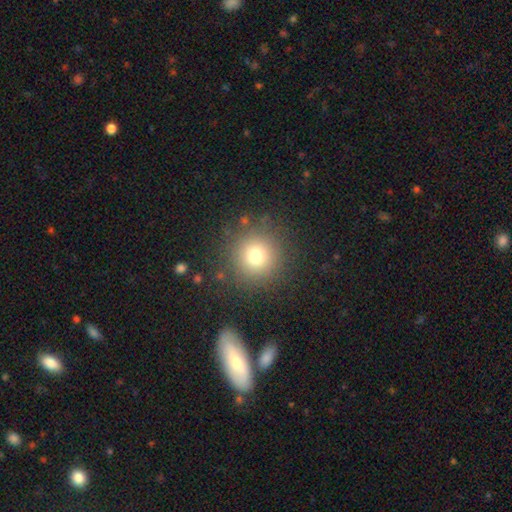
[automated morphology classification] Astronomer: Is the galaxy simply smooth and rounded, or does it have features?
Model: smooth — 75%.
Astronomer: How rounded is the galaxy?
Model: round — 95%.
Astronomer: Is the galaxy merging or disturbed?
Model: none — 87%.